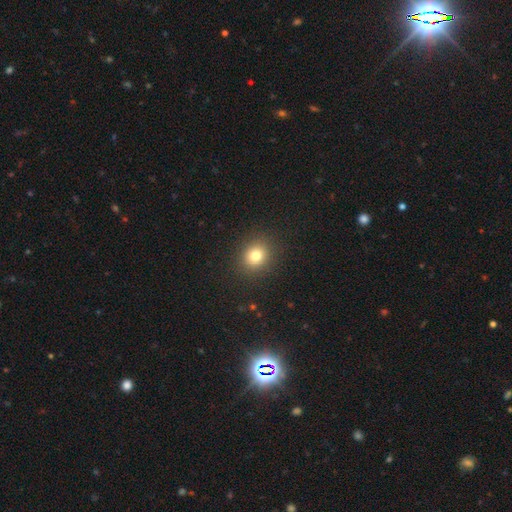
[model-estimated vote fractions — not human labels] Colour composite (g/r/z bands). It shows a smooth galaxy with no disk features (79%) that is round (80%). Merging: none (89%).